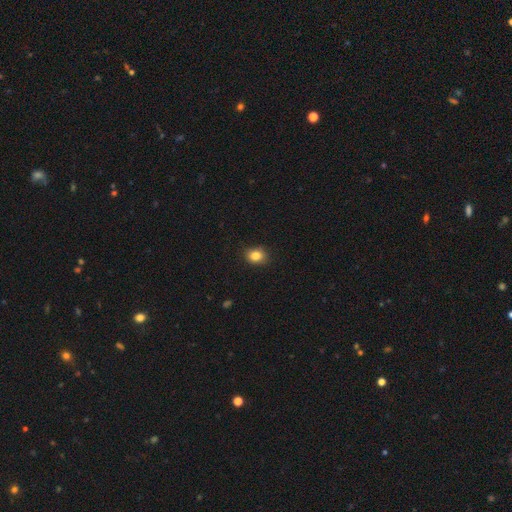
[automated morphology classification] This appears to be a smooth galaxy with no disk features (84%) that is round (53%). Merging: none (87%).